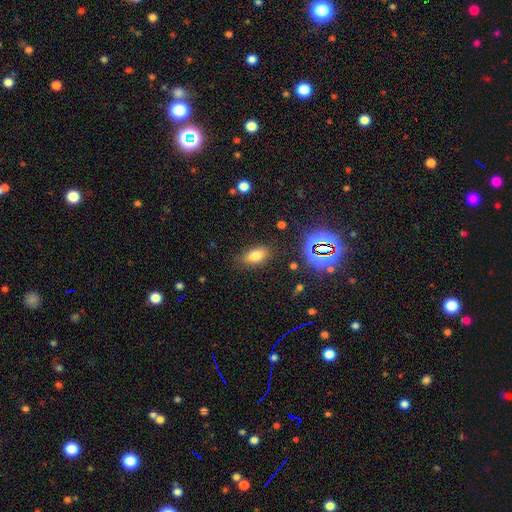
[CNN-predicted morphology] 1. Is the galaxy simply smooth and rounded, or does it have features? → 74% smooth, 16% star or artifact, 10% featured or disk.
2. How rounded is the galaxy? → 86% in between, 8% round, 5% cigar-shaped.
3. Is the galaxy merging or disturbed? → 81% none, 13% minor disturbance, 4% major disturbance, 2% merger.